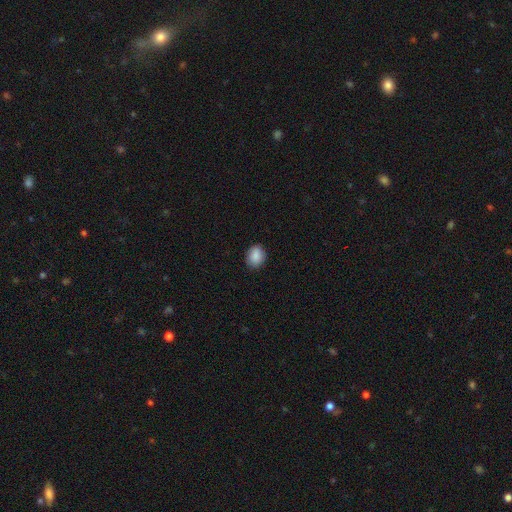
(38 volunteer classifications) A smooth galaxy with no disk features (95%) that is round (50%, tied with in between). Merging: none (86%).